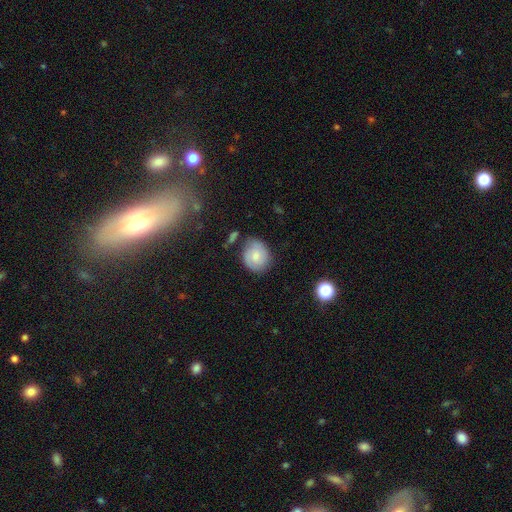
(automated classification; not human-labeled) smooth_or_featured: smooth (p=0.63) [alt: featured or disk p=0.29]
how_rounded: round (p=0.68) [alt: in between p=0.31]
merging: none (p=0.66) [alt: minor disturbance p=0.23]